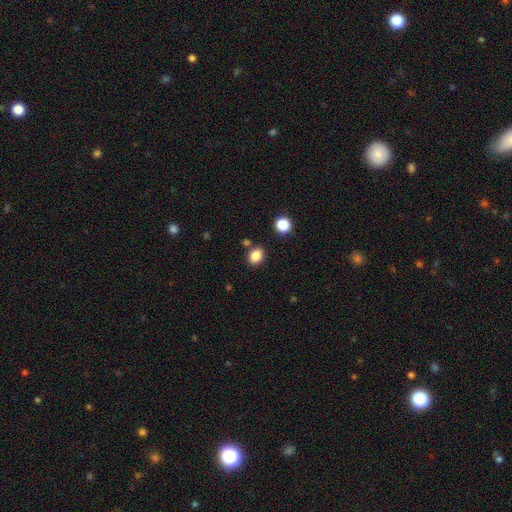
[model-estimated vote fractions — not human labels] A smooth galaxy with no disk features (84%) that is in between round and cigar-shaped (57%).

Vote fractions:
- Smooth or featured? smooth: 84% / star or artifact: 11% / featured or disk: 5%
- How rounded? in between: 57% / round: 42% / cigar-shaped: 1%
- Merging? none: 80% / minor disturbance: 10% / merger: 6% / major disturbance: 3%